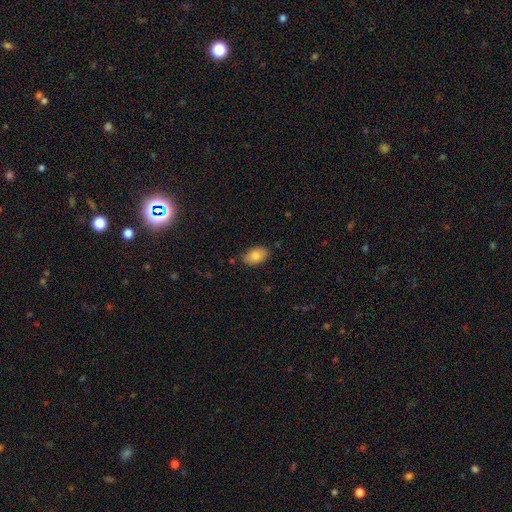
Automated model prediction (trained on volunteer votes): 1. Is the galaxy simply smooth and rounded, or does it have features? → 82% smooth, 11% featured or disk, 7% star or artifact.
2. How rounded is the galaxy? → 90% in between, 9% round, 1% cigar-shaped.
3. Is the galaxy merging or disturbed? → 80% none, 16% minor disturbance, 3% major disturbance, 2% merger.